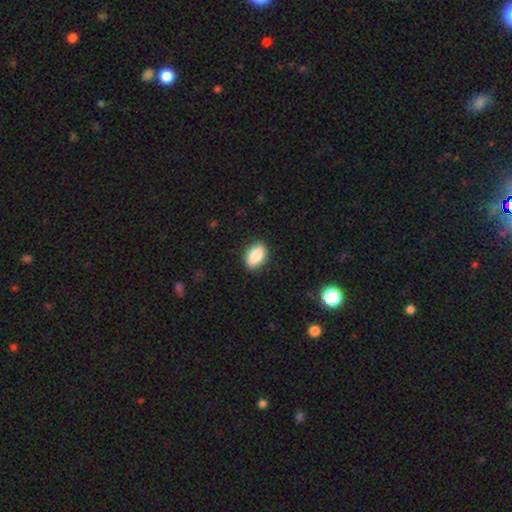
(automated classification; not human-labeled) smooth-or-featured: smooth: 86% | star or artifact: 7% | featured or disk: 7%
  how-rounded: in between: 88% | round: 10% | cigar-shaped: 2%
  merging: none: 87% | minor disturbance: 9% | major disturbance: 2% | merger: 1%